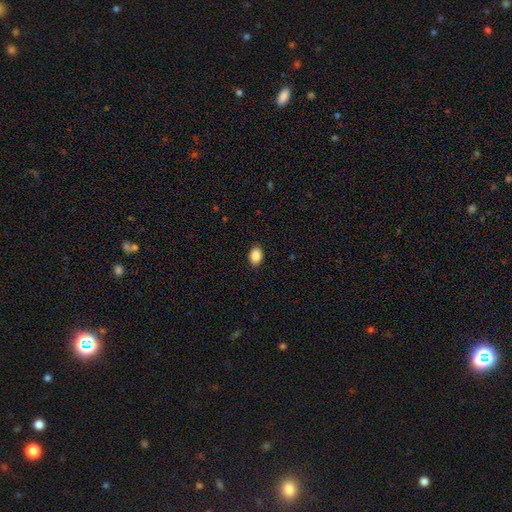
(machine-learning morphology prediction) Smooth or featured? Predicted: smooth (p=0.87). How rounded? Predicted: in between (p=0.81). Merging? Predicted: none (p=0.90).